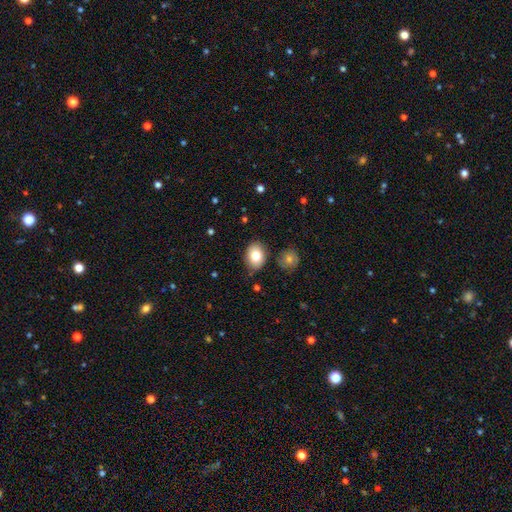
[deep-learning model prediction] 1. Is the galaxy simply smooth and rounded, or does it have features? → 80% smooth, 12% featured or disk, 8% star or artifact.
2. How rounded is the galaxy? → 75% in between, 24% round, 1% cigar-shaped.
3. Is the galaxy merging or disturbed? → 82% none, 12% minor disturbance, 4% merger, 3% major disturbance.